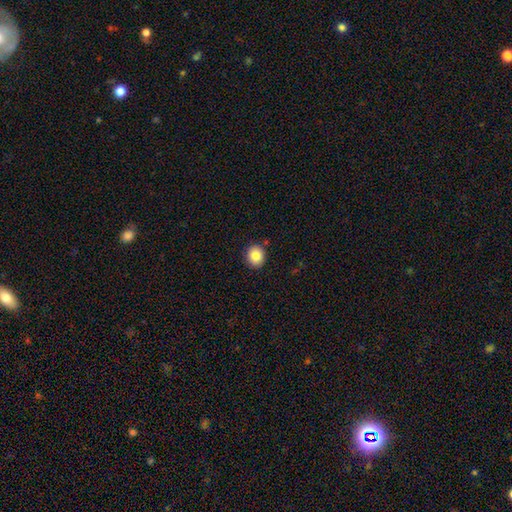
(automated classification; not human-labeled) smooth_or_featured: smooth (p=0.84) [alt: star or artifact p=0.09]
how_rounded: round (p=0.80) [alt: in between p=0.19]
merging: none (p=0.88) [alt: minor disturbance p=0.08]